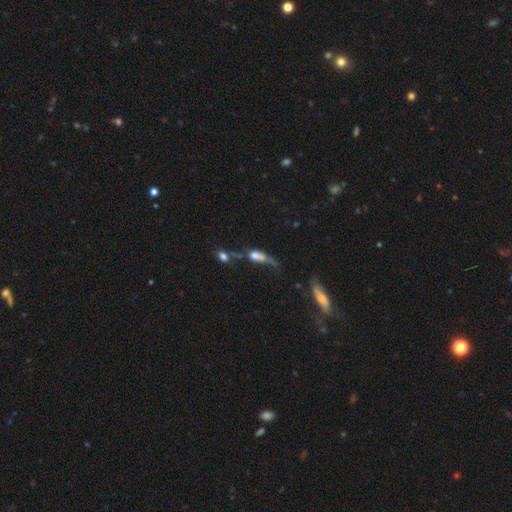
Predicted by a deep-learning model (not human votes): The model was most divided on "merging": major disturbance: 34%, merger: 31%, none: 21%, minor disturbance: 15%. Remaining: smooth or featured — smooth (46%).